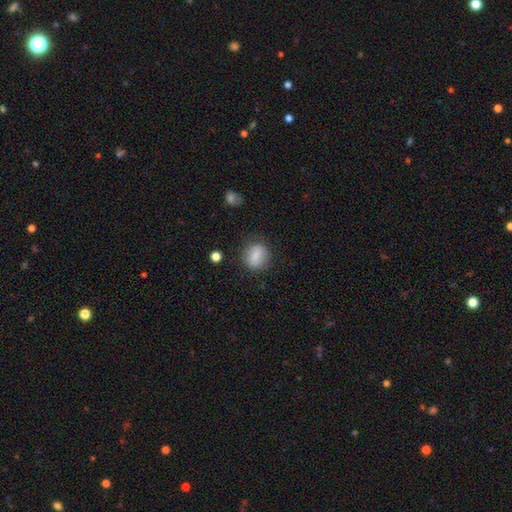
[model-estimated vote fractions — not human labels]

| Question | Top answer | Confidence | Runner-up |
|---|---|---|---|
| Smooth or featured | smooth | 79% | featured or disk (12%) |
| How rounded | round | 60% | in between (37%) |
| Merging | none | 80% | minor disturbance (14%) |